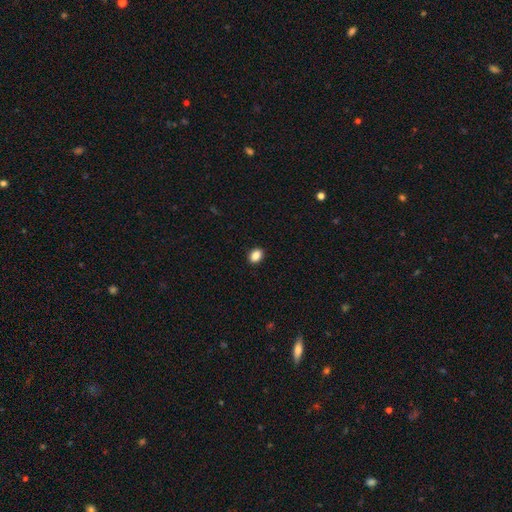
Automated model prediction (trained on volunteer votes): Smooth or featured? smooth (88%)
How rounded? in between (71%)
Merging? none (91%)